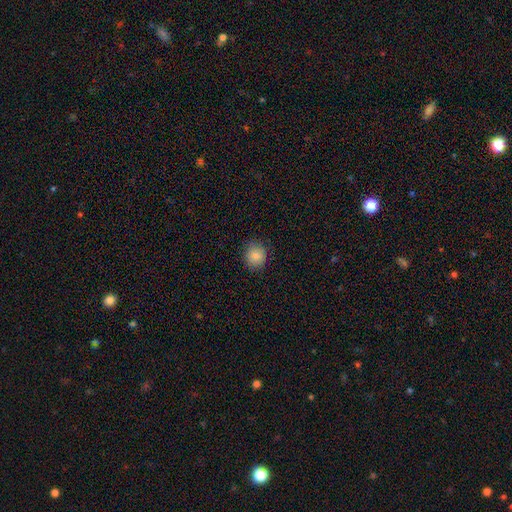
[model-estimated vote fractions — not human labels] smooth_or_featured: smooth (p=0.84) [alt: star or artifact p=0.10]
how_rounded: round (p=0.83) [alt: in between p=0.16]
merging: none (p=0.87) [alt: minor disturbance p=0.10]